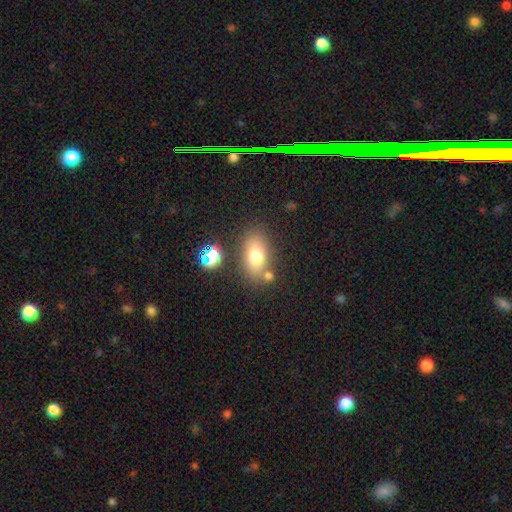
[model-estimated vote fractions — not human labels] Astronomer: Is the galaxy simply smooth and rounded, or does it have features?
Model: smooth — 74%.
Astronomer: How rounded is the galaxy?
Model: in between — 86%.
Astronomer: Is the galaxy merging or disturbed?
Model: none — 72%.